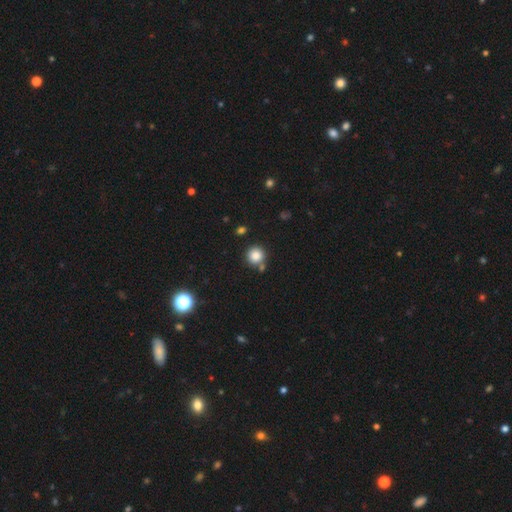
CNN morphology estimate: Q: Smooth or featured?
A: smooth (85%); runner-up: star or artifact (11%)
Q: How rounded?
A: round (94%); runner-up: in between (5%)
Q: Merging?
A: none (75%); runner-up: merger (13%)